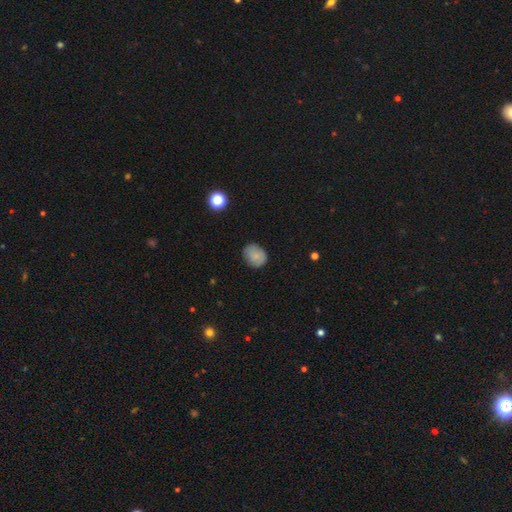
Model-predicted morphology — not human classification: Overall: smooth (80%). How rounded: round (54%; in between 45%). Merging: none (77%).